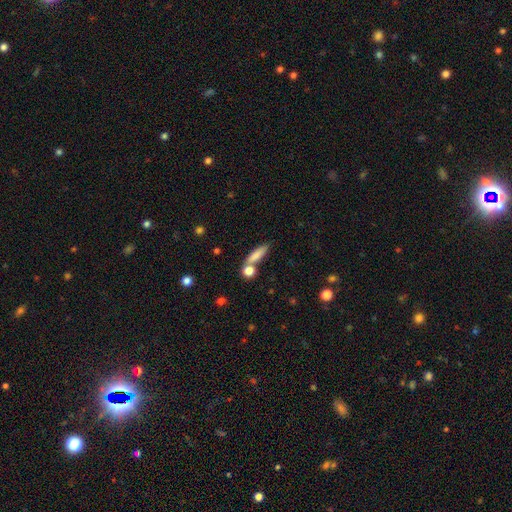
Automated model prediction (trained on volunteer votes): A smooth galaxy with no disk features (80%) that is cigar-shaped (60%). Merging: none (63%).